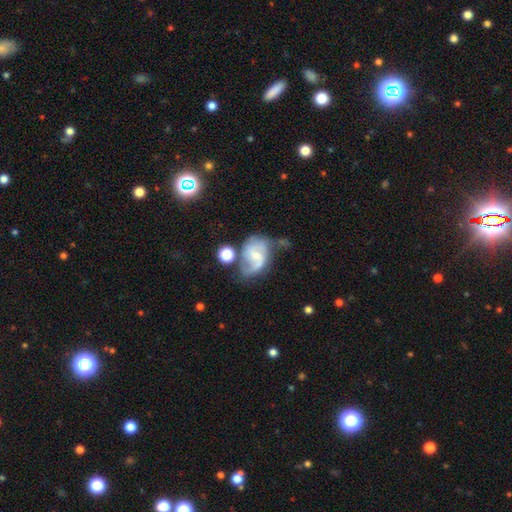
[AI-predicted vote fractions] A featured or disk galaxy (75%) with a weak bar (50%), 2 (79%) medium (43%, tied with loose) spiral arms (91%) and a small central bulge (58%). Merging: none (43%).